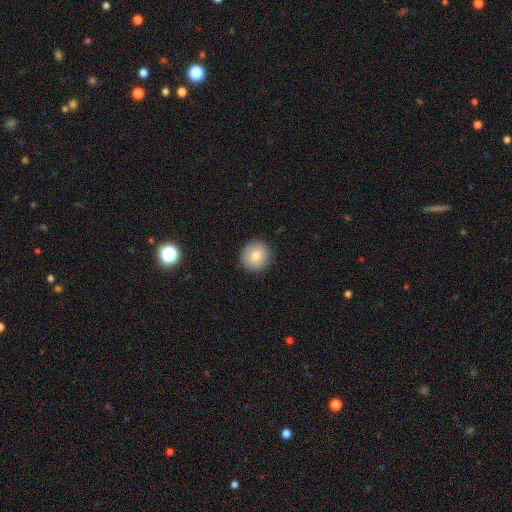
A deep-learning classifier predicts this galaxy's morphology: Overall: smooth (78%). How rounded: round (93%). Merging: none (90%).